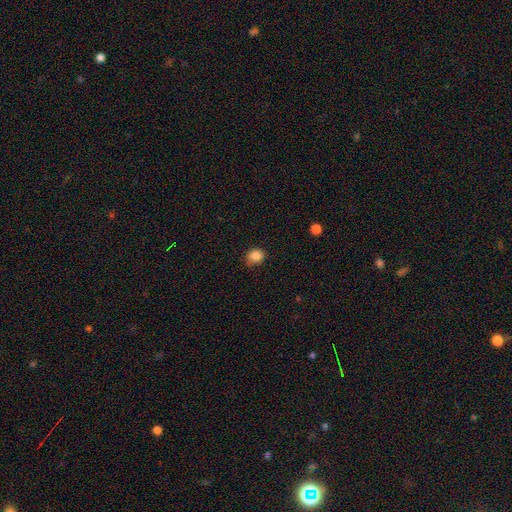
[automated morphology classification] This is clearly a smooth galaxy (86%). How rounded: likely round (75%). Merging: clearly none (83%).